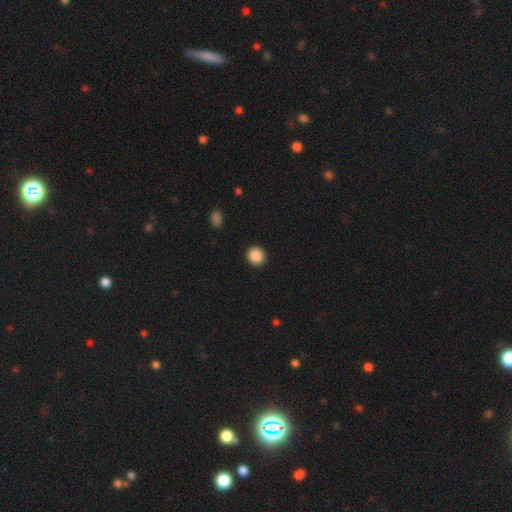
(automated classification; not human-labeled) A smooth galaxy with no disk features (88%) that is round (91%). Merging: none (92%).